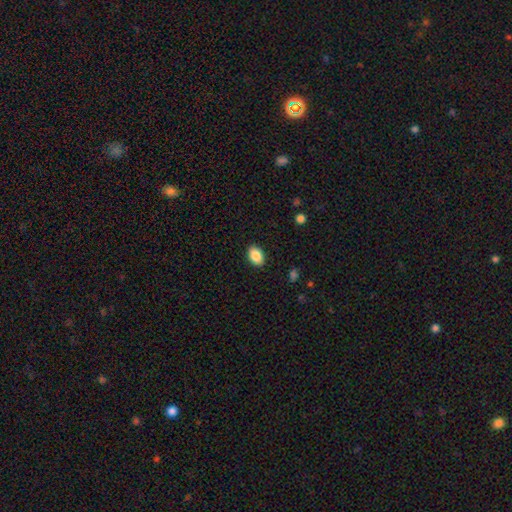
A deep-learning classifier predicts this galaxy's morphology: smooth-or-featured: smooth: 88% | star or artifact: 8% | featured or disk: 5%
  how-rounded: in between: 85% | round: 13% | cigar-shaped: 1%
  merging: none: 89% | minor disturbance: 8% | major disturbance: 2% | merger: 1%